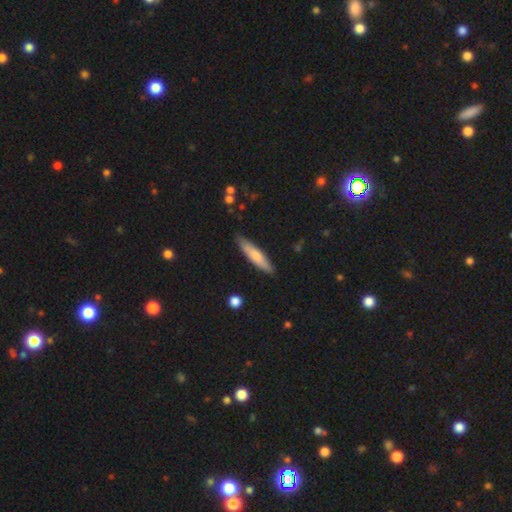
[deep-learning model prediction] smooth-or-featured: smooth: 67% | featured or disk: 28% | star or artifact: 5%
  how-rounded: cigar-shaped: 82% | in between: 17% | round: 1%
  merging: none: 86% | minor disturbance: 11% | major disturbance: 2% | merger: 1%